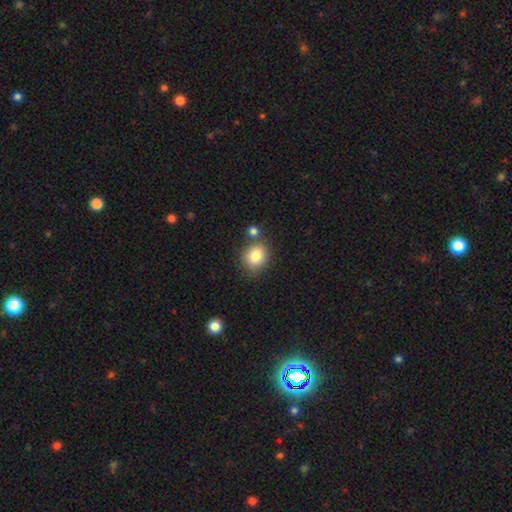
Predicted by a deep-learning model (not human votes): A smooth galaxy with no disk features (83%) that is round (62%).

Vote fractions:
- Smooth or featured? smooth: 83% / star or artifact: 9% / featured or disk: 8%
- How rounded? round: 62% / in between: 37% / cigar-shaped: 1%
- Merging? none: 64% / merger: 18% / minor disturbance: 14% / major disturbance: 4%